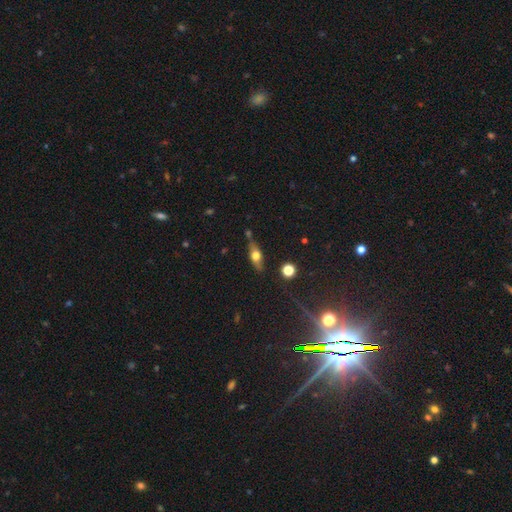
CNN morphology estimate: Smooth or featured: featured or disk — 46% (smooth — 45%)
Merging: none — 76% (minor disturbance — 15%)